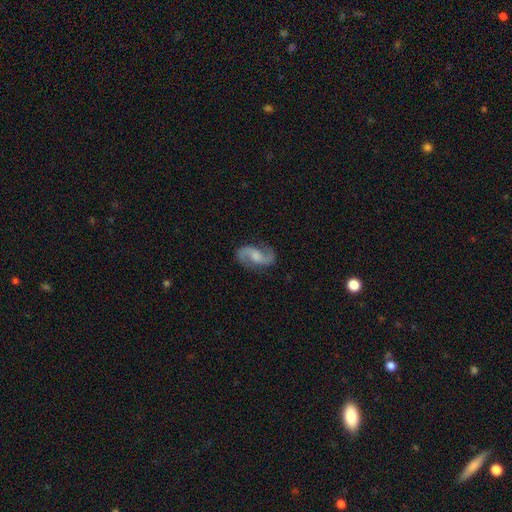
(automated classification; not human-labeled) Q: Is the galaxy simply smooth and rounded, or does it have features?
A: featured or disk — 88%.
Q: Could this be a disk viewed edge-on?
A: no — 98%.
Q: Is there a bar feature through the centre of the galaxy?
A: weak — 45%.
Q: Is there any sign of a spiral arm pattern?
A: yes — 97%.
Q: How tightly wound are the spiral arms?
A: medium — 47%.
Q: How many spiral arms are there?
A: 2 — 94%.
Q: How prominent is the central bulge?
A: moderate — 37%.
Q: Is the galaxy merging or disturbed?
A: none — 82%.